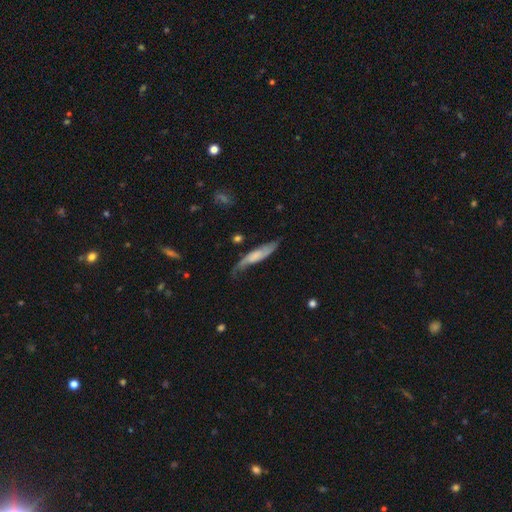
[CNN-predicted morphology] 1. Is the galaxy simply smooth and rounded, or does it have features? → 54% featured or disk, 40% smooth, 6% star or artifact.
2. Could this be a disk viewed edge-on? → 56% no, 44% yes.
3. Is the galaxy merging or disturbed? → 56% none, 30% minor disturbance, 11% major disturbance, 3% merger.